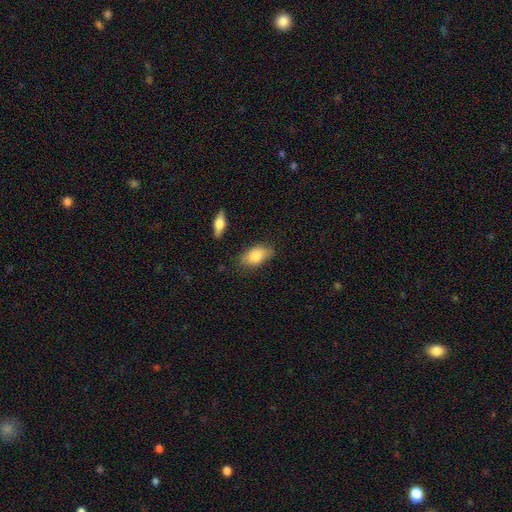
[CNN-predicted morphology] smooth_or_featured: smooth (p=0.81) [alt: featured or disk p=0.13]
how_rounded: in between (p=0.90) [alt: cigar-shaped p=0.05]
merging: none (p=0.76) [alt: minor disturbance p=0.18]